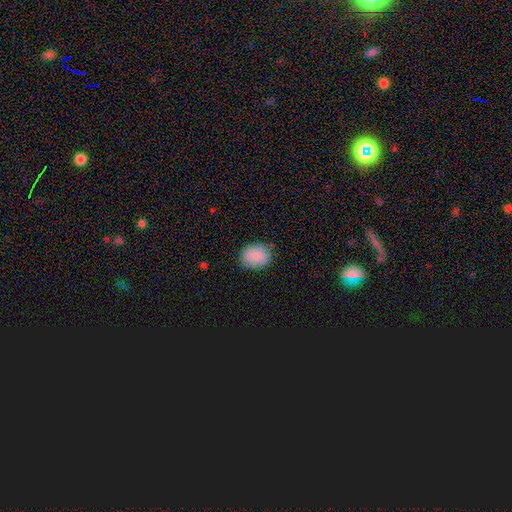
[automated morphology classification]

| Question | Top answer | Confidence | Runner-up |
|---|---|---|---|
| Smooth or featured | smooth | 88% | star or artifact (7%) |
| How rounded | round | 51% | in between (48%) |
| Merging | none | 83% | minor disturbance (13%) |